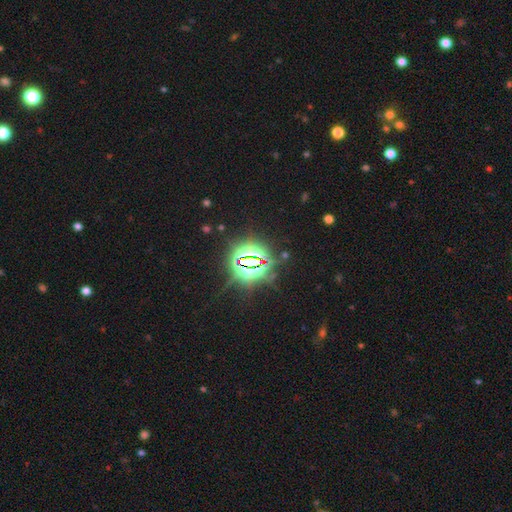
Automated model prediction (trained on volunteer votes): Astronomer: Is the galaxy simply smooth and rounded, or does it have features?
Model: star or artifact — 83%.